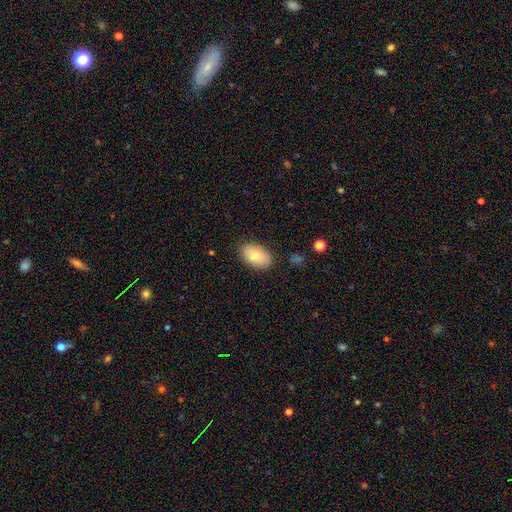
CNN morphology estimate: The model was most divided on "smooth or featured": smooth: 79%, featured or disk: 14%, star or artifact: 7%. More confident: how rounded — in between (92%); merging — none (85%).